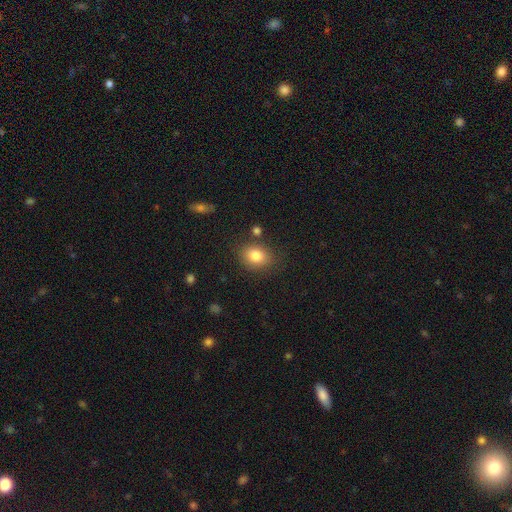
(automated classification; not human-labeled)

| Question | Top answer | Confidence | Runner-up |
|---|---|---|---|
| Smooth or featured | smooth | 82% | star or artifact (10%) |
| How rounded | in between | 55% | round (43%) |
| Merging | none | 80% | minor disturbance (12%) |